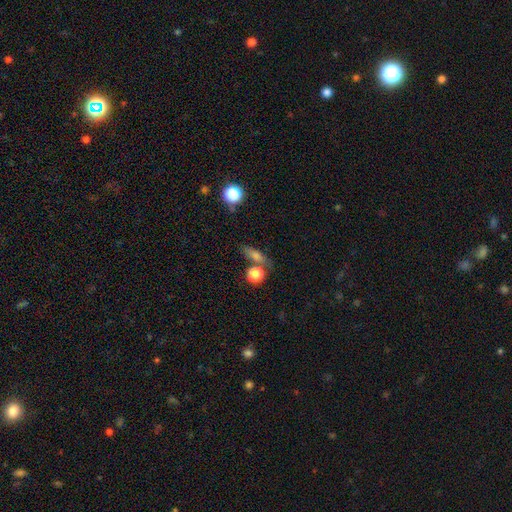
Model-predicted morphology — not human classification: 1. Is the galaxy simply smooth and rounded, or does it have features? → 65% smooth, 19% featured or disk, 16% star or artifact.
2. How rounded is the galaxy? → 41% in between, 39% cigar-shaped, 20% round.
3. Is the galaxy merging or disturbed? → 70% none, 13% minor disturbance, 13% merger, 5% major disturbance.